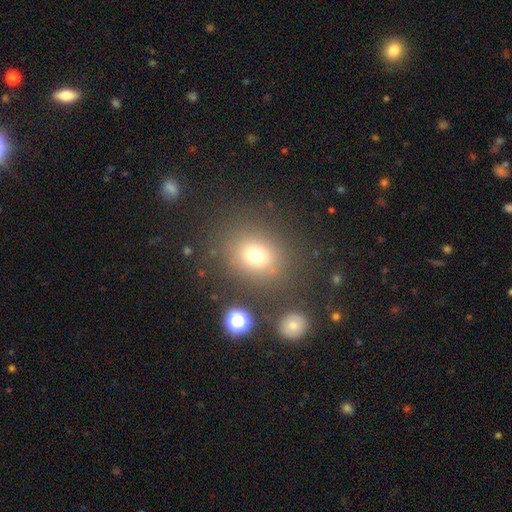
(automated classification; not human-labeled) A smooth galaxy with no disk features (72%) that is round (67%).

Vote fractions:
- Smooth or featured? smooth: 72% / star or artifact: 17% / featured or disk: 10%
- How rounded? round: 67% / in between: 32% / cigar-shaped: 1%
- Merging? none: 80% / minor disturbance: 10% / major disturbance: 6% / merger: 5%